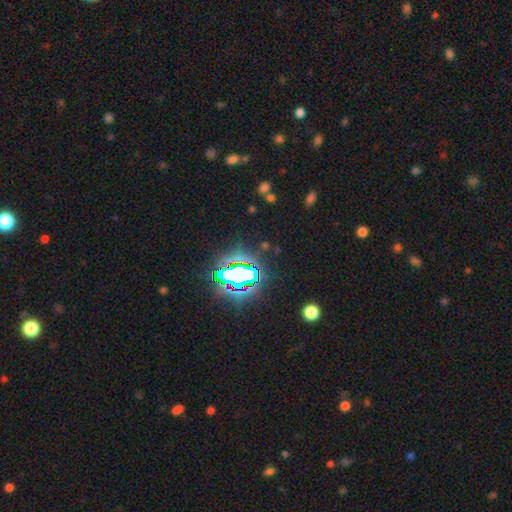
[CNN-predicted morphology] This is likely a star or artifact rather than a galaxy (75%).